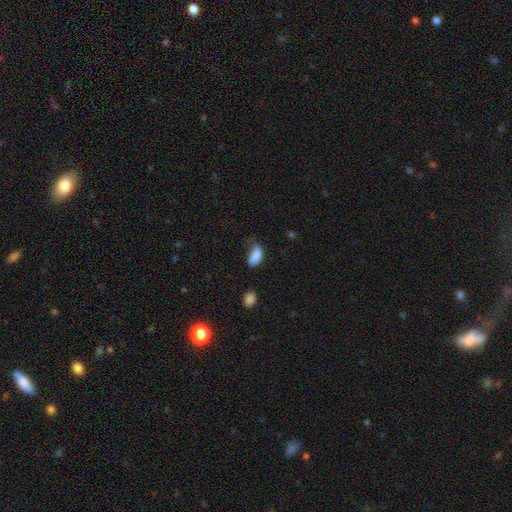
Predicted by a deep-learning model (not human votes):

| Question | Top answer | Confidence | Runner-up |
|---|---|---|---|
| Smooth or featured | smooth | 84% | star or artifact (8%) |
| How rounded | in between | 92% | round (4%) |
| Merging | minor disturbance | 38% | none (36%) |